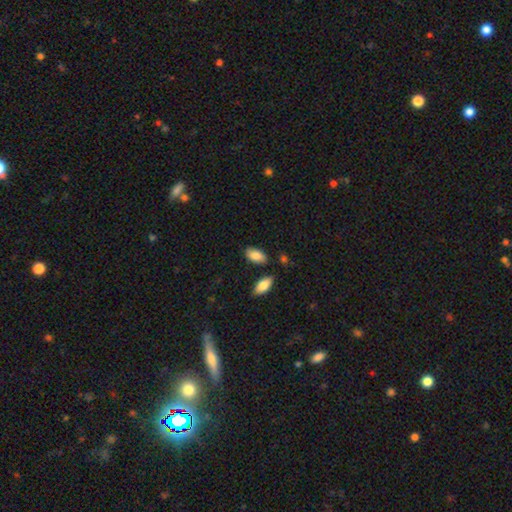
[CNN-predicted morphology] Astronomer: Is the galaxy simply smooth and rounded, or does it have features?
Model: smooth — 86%.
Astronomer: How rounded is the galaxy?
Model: in between — 93%.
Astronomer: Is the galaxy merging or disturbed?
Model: none — 80%.